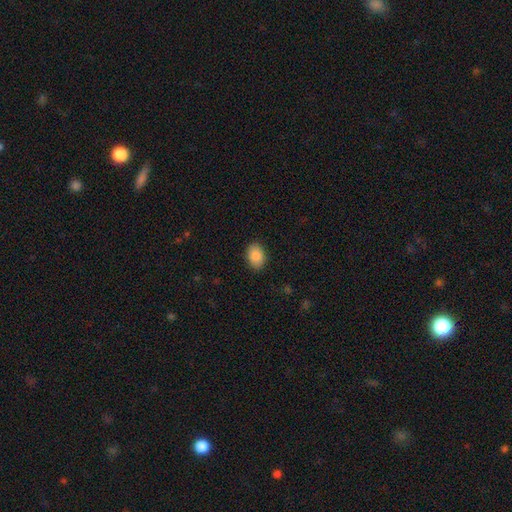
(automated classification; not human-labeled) Overall: smooth (88%). How rounded: in between (80%). Merging: none (88%).